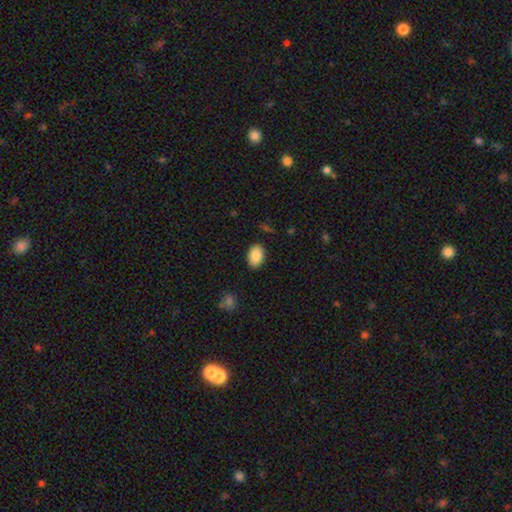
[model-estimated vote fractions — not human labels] smooth 88%, star or artifact 7%, featured or disk 5%. Down the decision tree: how rounded — in between (86%); merging — none (87%).